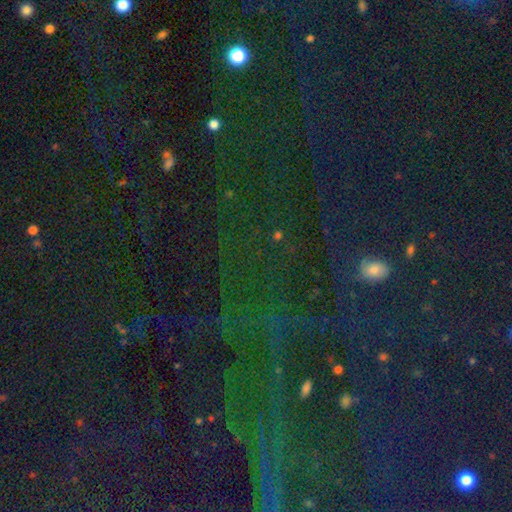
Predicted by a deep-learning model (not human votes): Smooth or featured? Predicted: star or artifact (p=0.79).